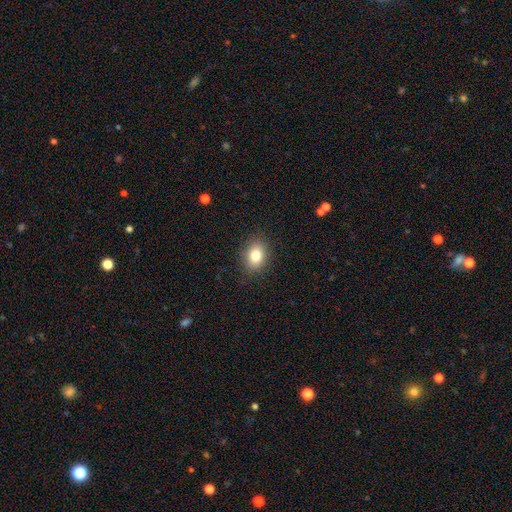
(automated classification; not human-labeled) smooth-or-featured: smooth: 81% | star or artifact: 10% | featured or disk: 9%
  how-rounded: in between: 65% | round: 34% | cigar-shaped: 1%
  merging: none: 86% | minor disturbance: 10% | major disturbance: 3% | merger: 1%